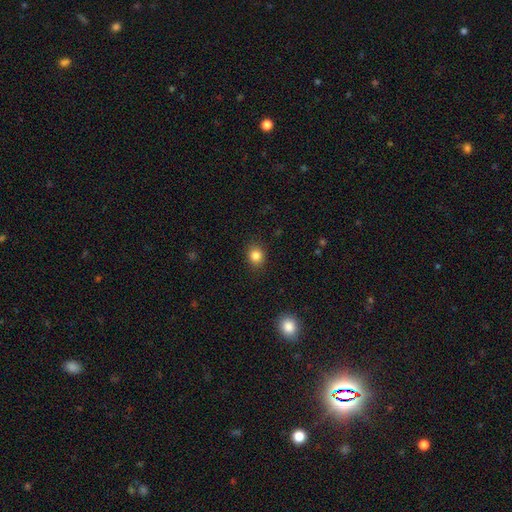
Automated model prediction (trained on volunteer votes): A smooth galaxy with no disk features (84%) that is round (72%). Merging: none (88%).